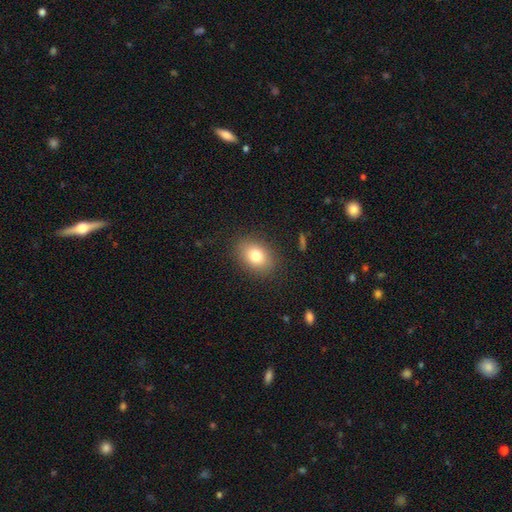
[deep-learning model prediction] Overall: smooth (80%). How rounded: in between (72%). Merging: none (86%).